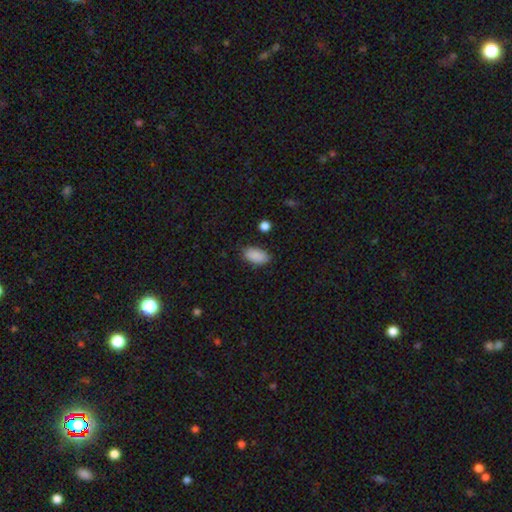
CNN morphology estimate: type=smooth (89%); roundness=in between (93%); merging=none (85%).